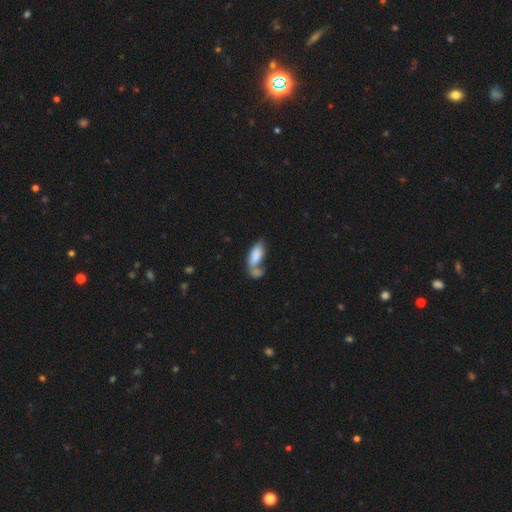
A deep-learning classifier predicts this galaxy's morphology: A smooth galaxy with no disk features (81%) that is in between round and cigar-shaped (82%).

Vote fractions:
- Smooth or featured? smooth: 81% / featured or disk: 12% / star or artifact: 7%
- How rounded? in between: 82% / cigar-shaped: 15% / round: 2%
- Merging? merger: 50% / none: 29% / minor disturbance: 12% / major disturbance: 9%